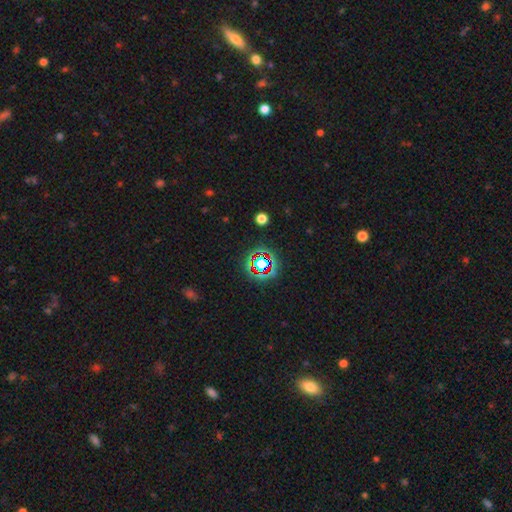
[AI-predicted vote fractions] A star or artifact, not a galaxy (67%).